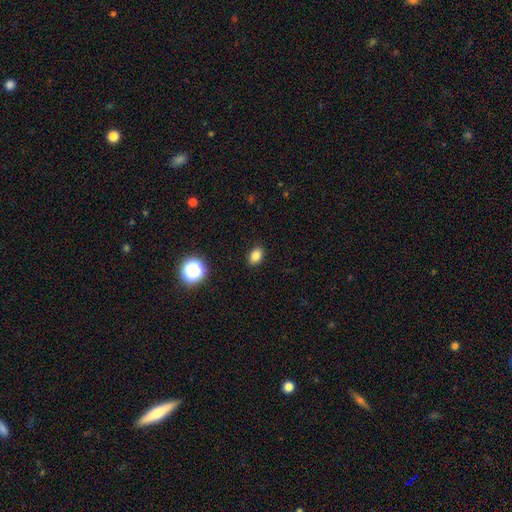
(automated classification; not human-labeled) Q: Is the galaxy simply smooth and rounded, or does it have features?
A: smooth — 82%.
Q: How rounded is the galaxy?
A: in between — 77%.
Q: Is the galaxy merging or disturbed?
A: none — 89%.